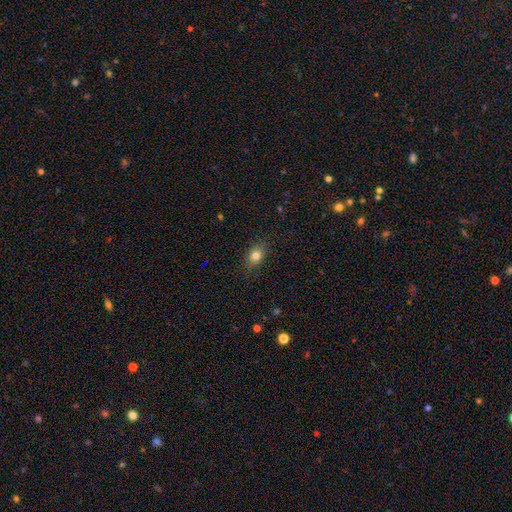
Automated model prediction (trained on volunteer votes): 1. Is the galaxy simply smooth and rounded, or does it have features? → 79% smooth, 12% star or artifact, 10% featured or disk.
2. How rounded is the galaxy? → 68% in between, 29% round, 3% cigar-shaped.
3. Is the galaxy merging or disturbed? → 85% none, 11% minor disturbance, 3% major disturbance, 1% merger.